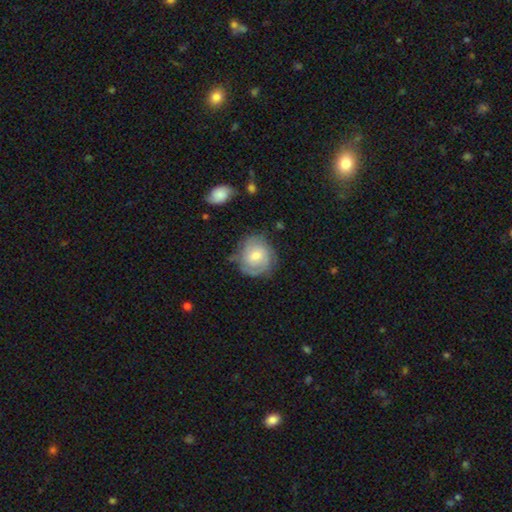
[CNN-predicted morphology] type=featured or disk (58%); edge-on=no (97%); bar=no (63%); spiral arms=yes (85%); bulge=moderate (54%); merging=none (66%).